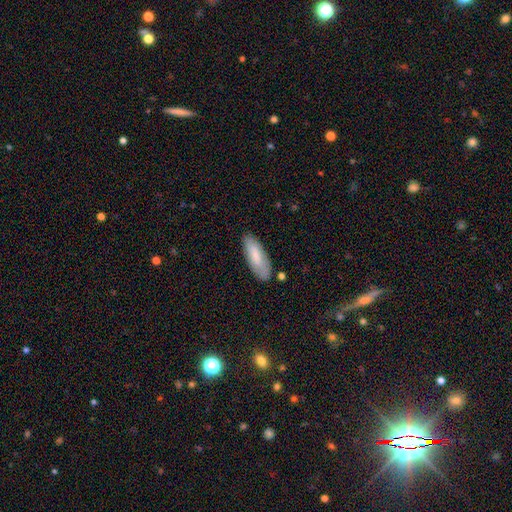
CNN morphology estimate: type=smooth (77%); roundness=in between (61%); merging=none (79%).